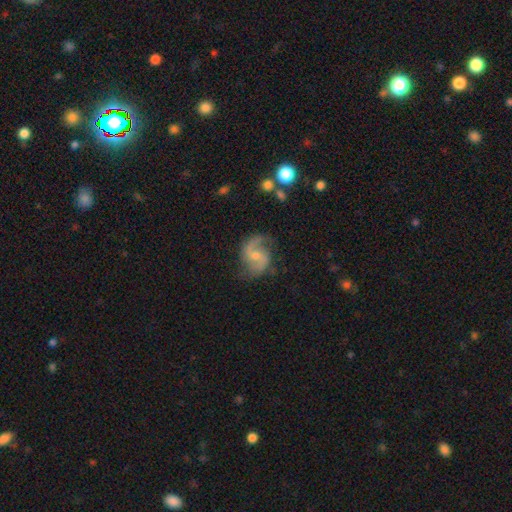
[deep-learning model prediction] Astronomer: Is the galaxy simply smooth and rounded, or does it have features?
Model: featured or disk — 87%.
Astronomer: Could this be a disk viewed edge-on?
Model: no — 98%.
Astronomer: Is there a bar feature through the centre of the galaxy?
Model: weak — 50% (runner-up: no, 39%).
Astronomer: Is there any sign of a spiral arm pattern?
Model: yes — 97%.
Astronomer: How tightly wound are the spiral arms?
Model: medium — 51% (runner-up: loose, 37%).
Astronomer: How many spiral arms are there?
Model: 2 — 91%.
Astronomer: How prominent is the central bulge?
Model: small — 52% (runner-up: moderate, 38%).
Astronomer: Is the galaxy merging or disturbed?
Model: none — 73%.